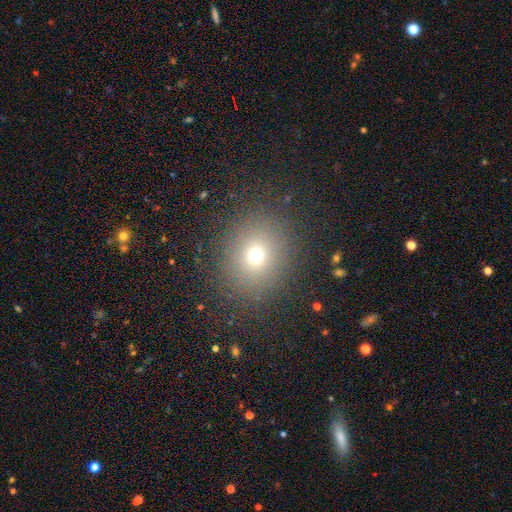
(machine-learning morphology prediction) type=smooth (68%); roundness=round (73%); merging=none (85%).